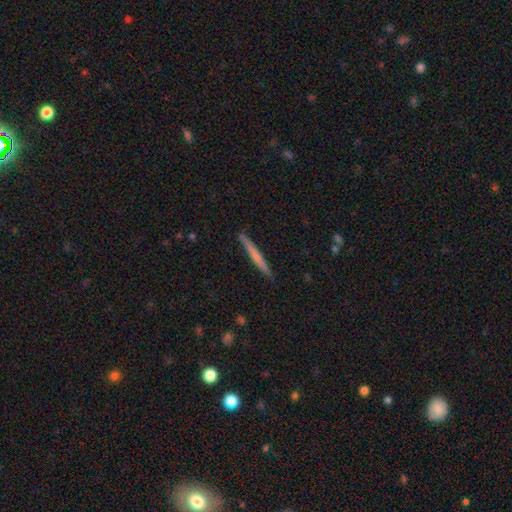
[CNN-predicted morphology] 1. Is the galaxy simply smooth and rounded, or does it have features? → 52% smooth, 42% featured or disk, 6% star or artifact.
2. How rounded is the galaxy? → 97% cigar-shaped, 2% in between, 1% round.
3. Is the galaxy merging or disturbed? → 90% none, 7% minor disturbance, 1% major disturbance, 1% merger.